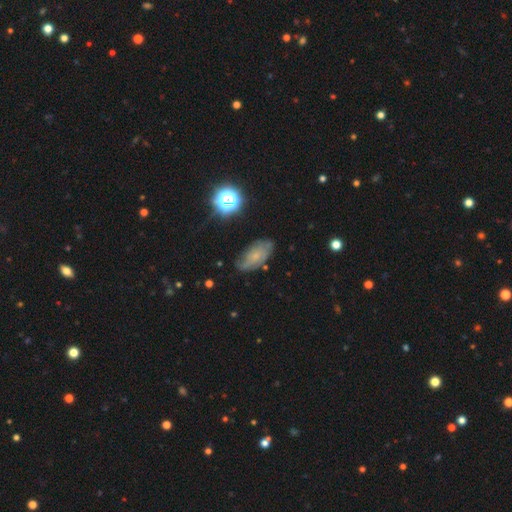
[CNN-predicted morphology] The model was most divided on "smooth or featured": featured or disk: 44%, smooth: 43%, star or artifact: 13%. More confident: merging — none (63%).